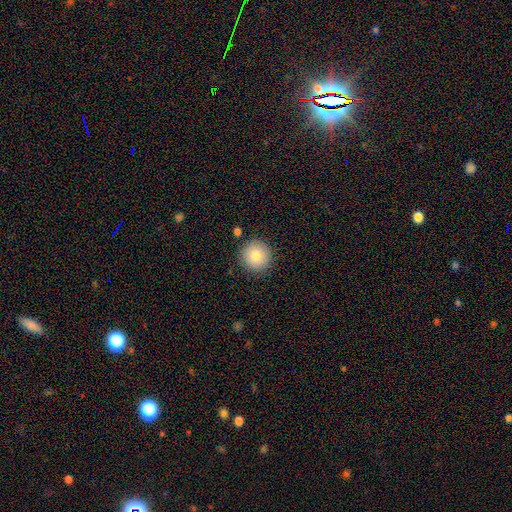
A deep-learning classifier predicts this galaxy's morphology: A smooth galaxy with no disk features (81%) that is round (94%).

Vote fractions:
- Smooth or featured? smooth: 81% / featured or disk: 10% / star or artifact: 9%
- How rounded? round: 94% / in between: 5% / cigar-shaped: 1%
- Merging? none: 88% / minor disturbance: 7% / major disturbance: 2% / merger: 2%